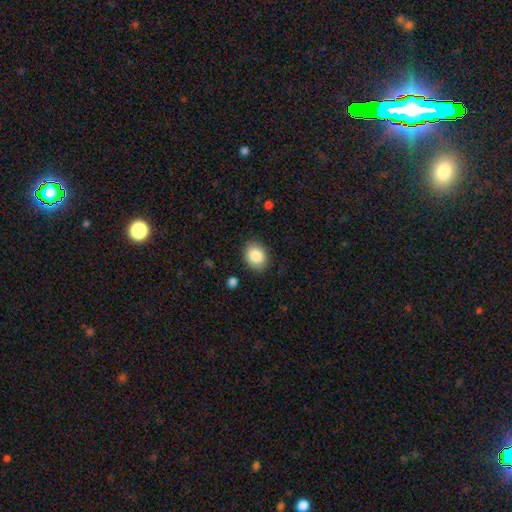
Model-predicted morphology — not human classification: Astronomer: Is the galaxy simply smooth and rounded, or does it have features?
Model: smooth — 86%.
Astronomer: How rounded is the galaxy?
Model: round — 50% (runner-up: in between, 49%).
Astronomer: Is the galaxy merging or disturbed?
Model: none — 87%.